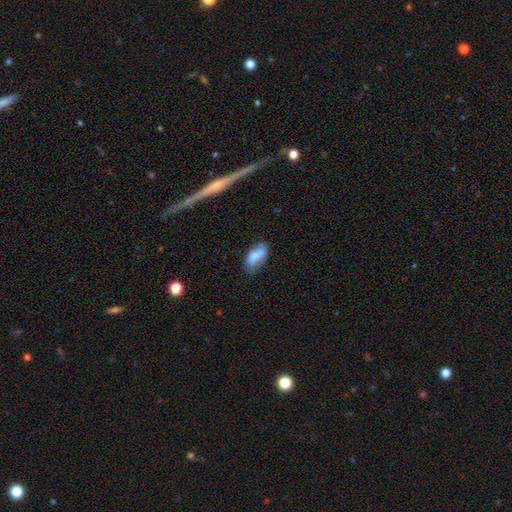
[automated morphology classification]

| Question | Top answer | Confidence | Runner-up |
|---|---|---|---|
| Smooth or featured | smooth | 72% | featured or disk (20%) |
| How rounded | in between | 89% | cigar-shaped (8%) |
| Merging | none | 60% | minor disturbance (27%) |